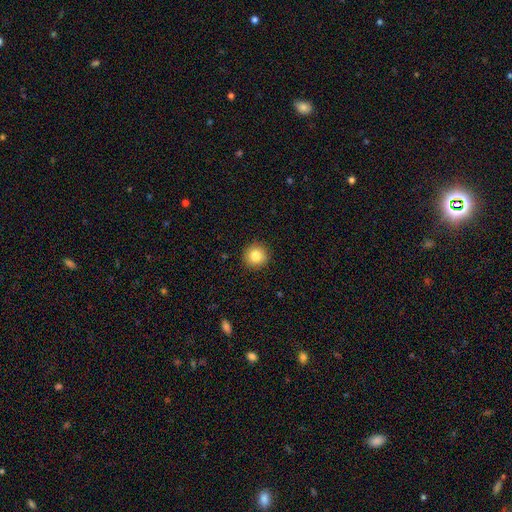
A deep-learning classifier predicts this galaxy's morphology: This appears to be a smooth galaxy with no disk features (83%) that is round (95%). Merging: none (92%).